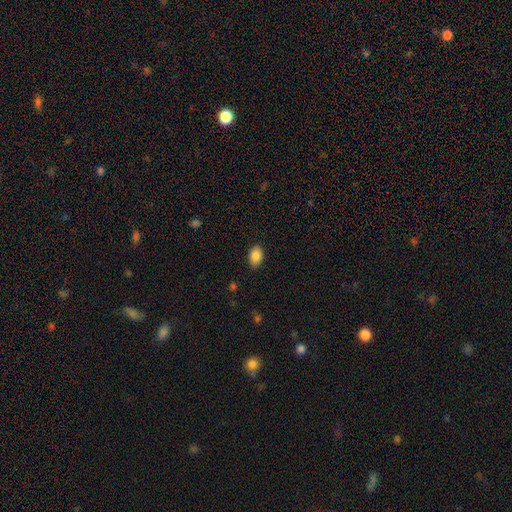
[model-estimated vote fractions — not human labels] The model was most divided on "merging": none: 87%, minor disturbance: 9%, major disturbance: 2%, merger: 1%. More confident: how rounded — in between (89%); smooth or featured — smooth (88%).